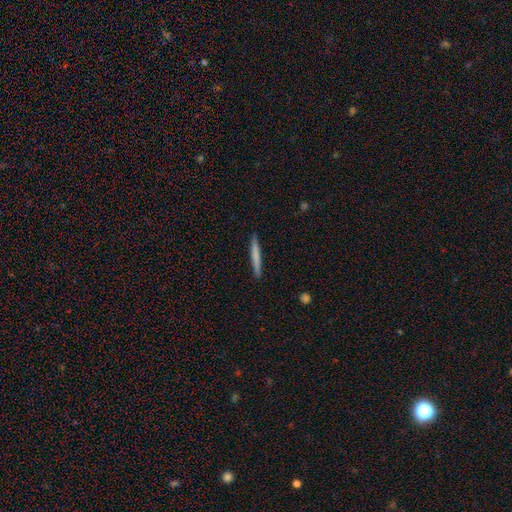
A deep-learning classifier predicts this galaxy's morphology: Overall: smooth (70%). How rounded: cigar-shaped (96%). Merging: none (92%).